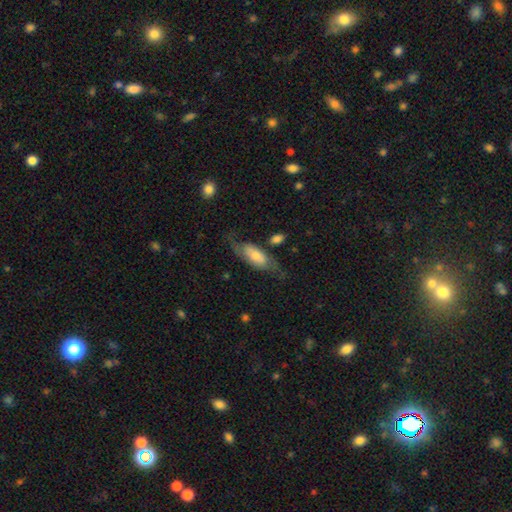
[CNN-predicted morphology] This appears to be a featured or disk galaxy (52%). Merging: none (61%).